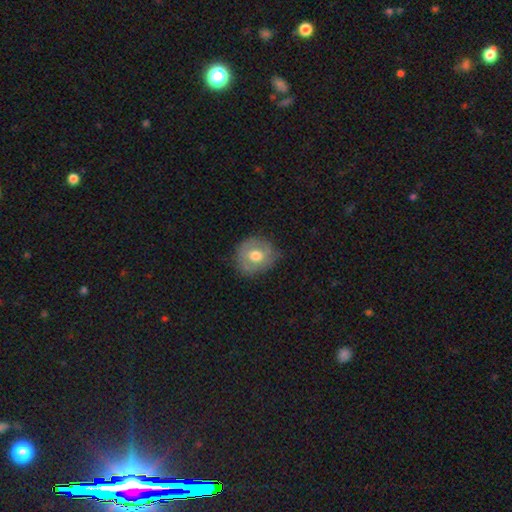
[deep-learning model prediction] Overall: smooth (54%; featured or disk 38%). How rounded: round (79%). Merging: none (73%).